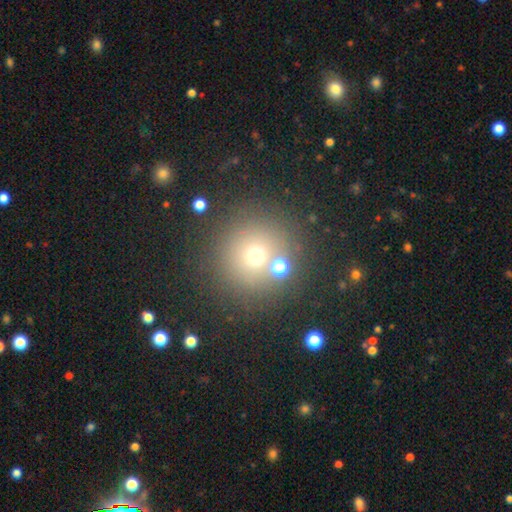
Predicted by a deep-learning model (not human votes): Smooth or featured? Predicted: smooth (p=0.63). How rounded? Predicted: round (p=0.94). Merging? Predicted: none (p=0.78).